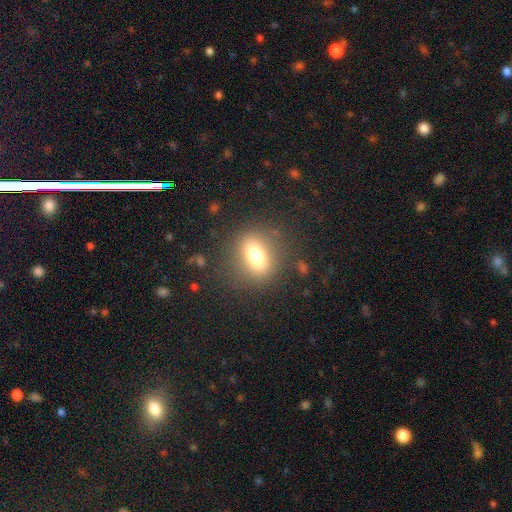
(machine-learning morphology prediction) Smooth or featured? Predicted: smooth (p=0.71). How rounded? Predicted: in between (p=0.62). Merging? Predicted: none (p=0.79).